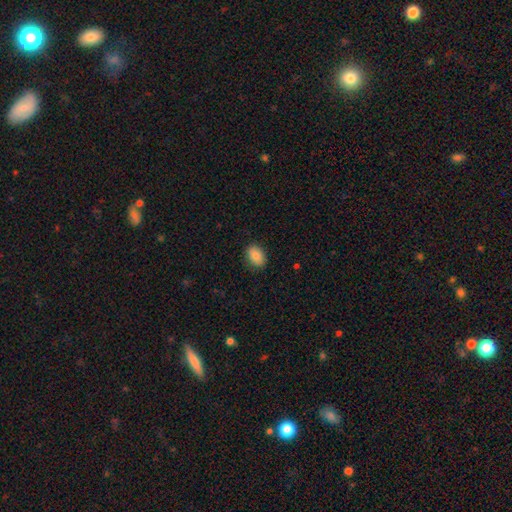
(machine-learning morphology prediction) This appears to be a smooth galaxy with no disk features (84%) that is in between round and cigar-shaped (75%). Merging: none (86%).